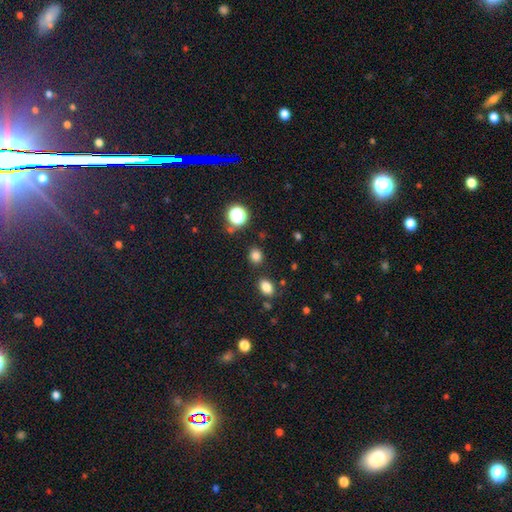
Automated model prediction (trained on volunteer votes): Smooth or featured? smooth (79%)
How rounded? round (67%)
Merging? none (84%)